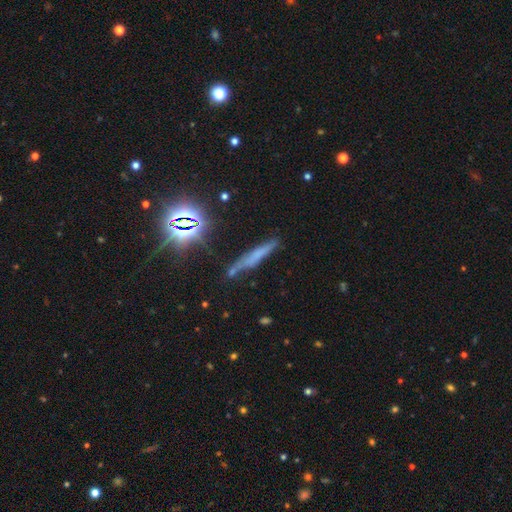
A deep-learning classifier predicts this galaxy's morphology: smooth_or_featured: smooth (p=0.46) [alt: featured or disk p=0.31]
merging: none (p=0.71) [alt: minor disturbance p=0.17]